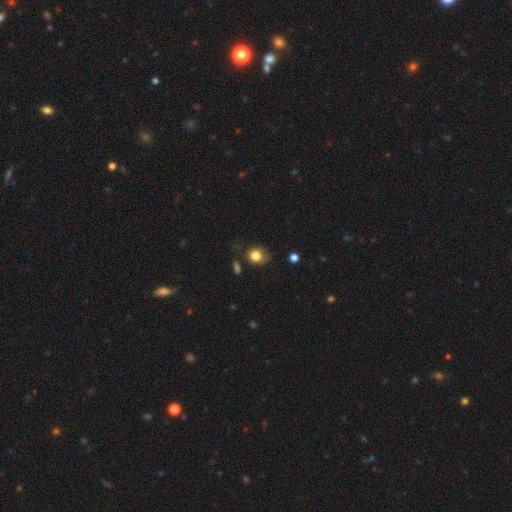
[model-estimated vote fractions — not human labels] Smooth or featured: smooth — 81% (star or artifact — 10%)
How rounded: round — 70% (in between — 29%)
Merging: none — 59% (minor disturbance — 28%)